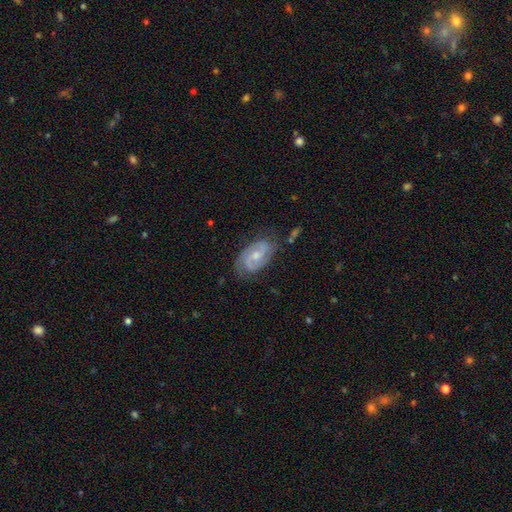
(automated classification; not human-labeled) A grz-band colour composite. It shows a featured or disk galaxy (82%) with no bar (49%), 2 (82%) tight (44%, tied with medium) spiral arms (95%) and a moderate central bulge (49%). Merging: none (73%).